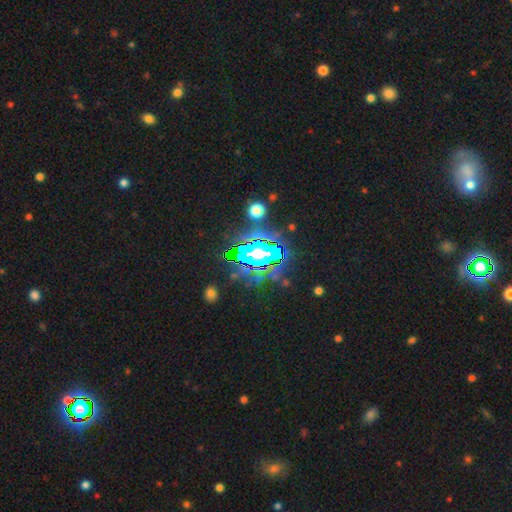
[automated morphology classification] This appears to be a star or artifact, not a galaxy (67%).